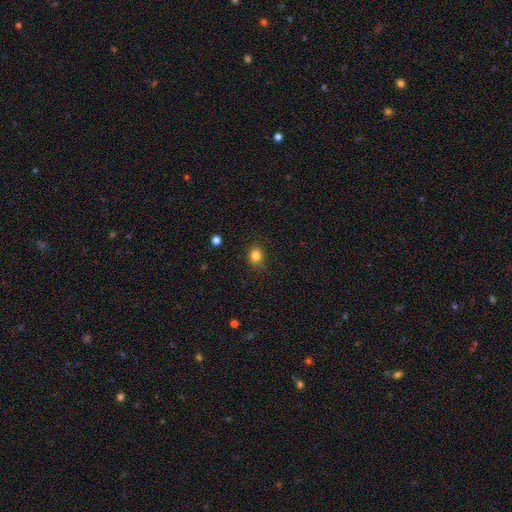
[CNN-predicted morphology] This is clearly a smooth galaxy (83%). How rounded: likely round (68%). Merging: clearly none (84%).